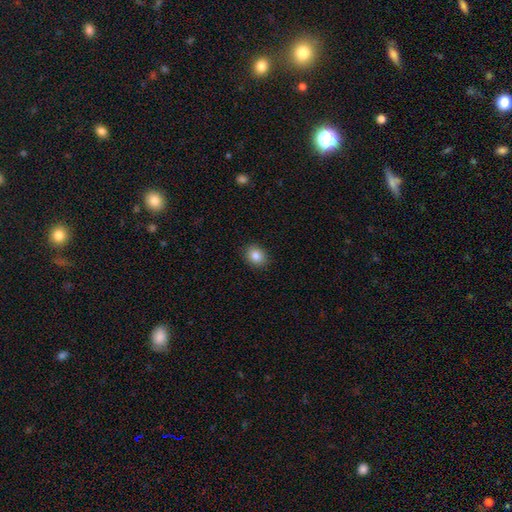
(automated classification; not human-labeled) Smooth or featured: smooth — 85% (star or artifact — 9%)
How rounded: round — 50% (in between — 49%)
Merging: none — 90% (minor disturbance — 7%)